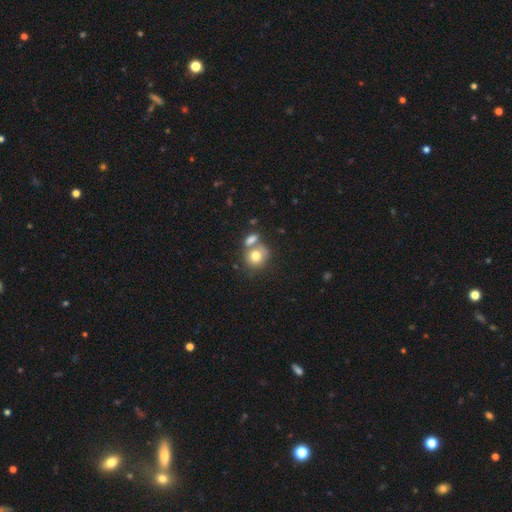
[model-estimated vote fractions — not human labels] This appears to be a smooth galaxy with no disk features (76%) that is round (76%). Merging: none (42%).